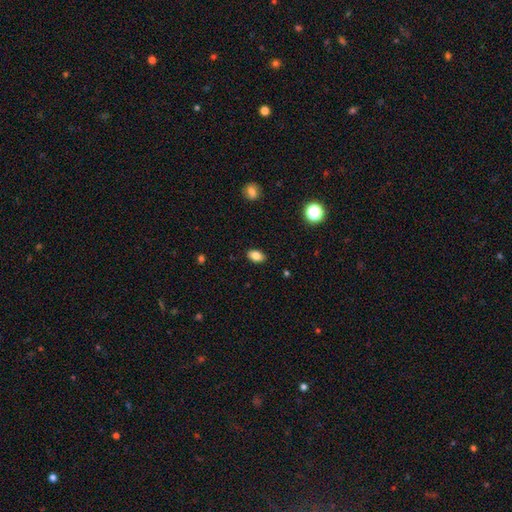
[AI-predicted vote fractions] Morphology: type=smooth (84%); roundness=in between (87%); merging=none (88%).